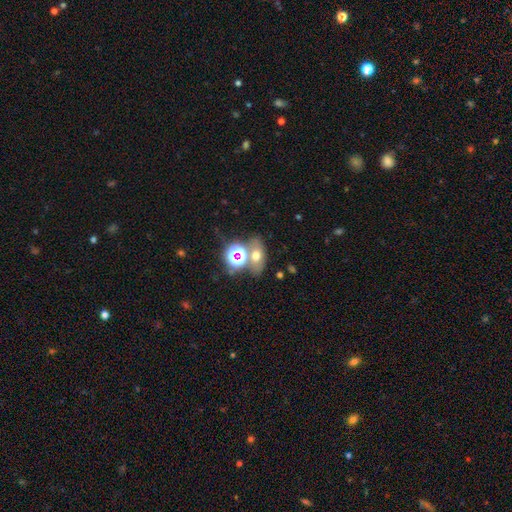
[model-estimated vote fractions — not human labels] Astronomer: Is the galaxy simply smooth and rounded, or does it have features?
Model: smooth — 55%.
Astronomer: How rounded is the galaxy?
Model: in between — 68%.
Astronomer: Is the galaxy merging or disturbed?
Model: none — 62%.